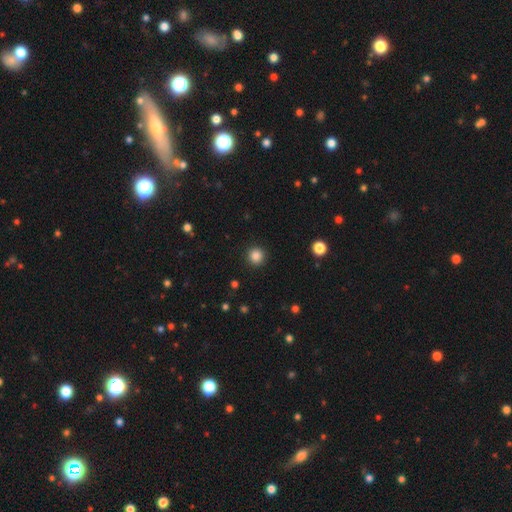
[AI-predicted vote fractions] Overall: smooth (85%). How rounded: round (95%). Merging: none (92%).